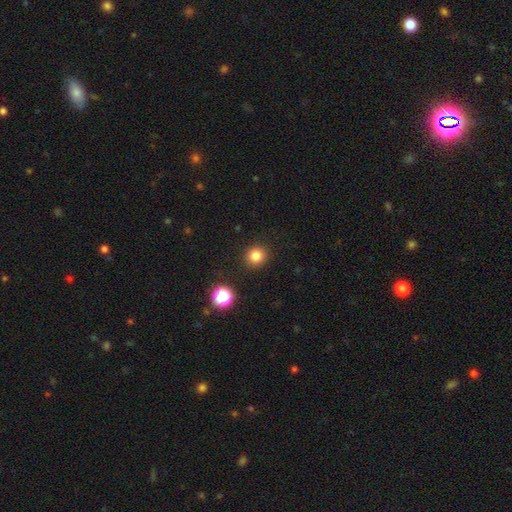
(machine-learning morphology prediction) smooth-or-featured: smooth: 82% | star or artifact: 14% | featured or disk: 5%
  how-rounded: round: 92% | in between: 7% | cigar-shaped: 1%
  merging: none: 91% | minor disturbance: 5% | major disturbance: 2% | merger: 1%